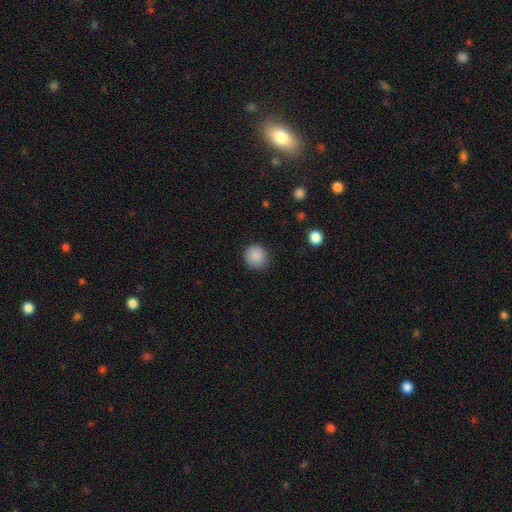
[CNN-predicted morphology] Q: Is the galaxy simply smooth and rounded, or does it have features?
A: smooth — 88%.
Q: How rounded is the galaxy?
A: round — 92%.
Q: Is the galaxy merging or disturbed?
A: none — 88%.